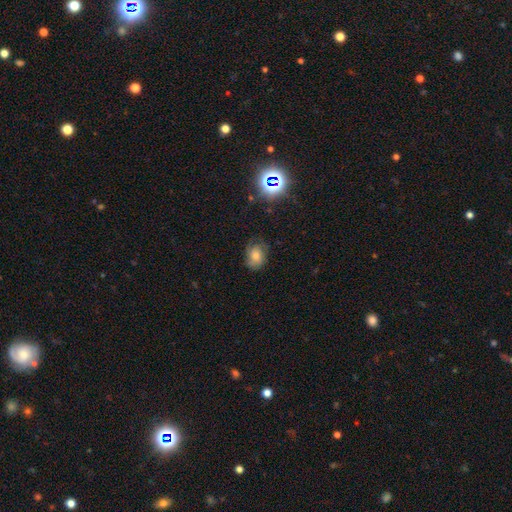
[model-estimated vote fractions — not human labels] Smooth or featured?
  - smooth: 53% *
  - featured or disk: 31%
  - star or artifact: 16%
How rounded?
  - in between: 60% *
  - round: 38%
  - cigar-shaped: 1%
Merging?
  - none: 65% *
  - minor disturbance: 24%
  - major disturbance: 9%
  - merger: 1%